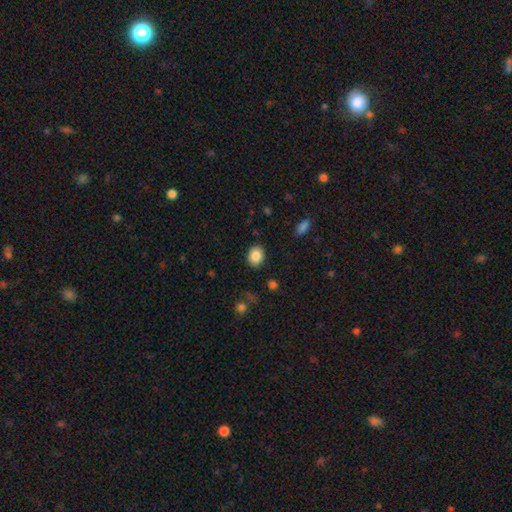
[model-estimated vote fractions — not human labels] Morphology: type=smooth (86%); roundness=in between (53%); merging=none (88%).